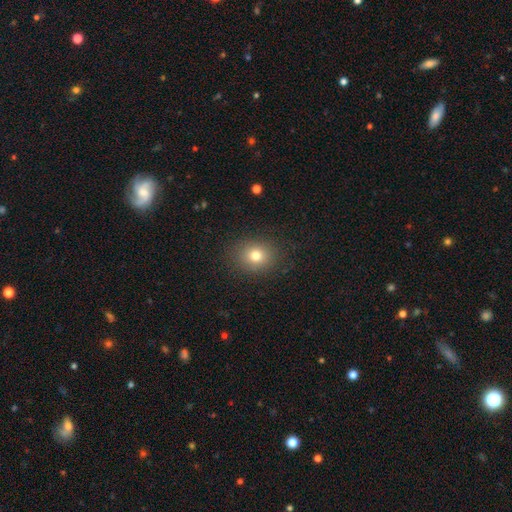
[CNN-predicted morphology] type=smooth (77%); roundness=round (68%); merging=none (86%).